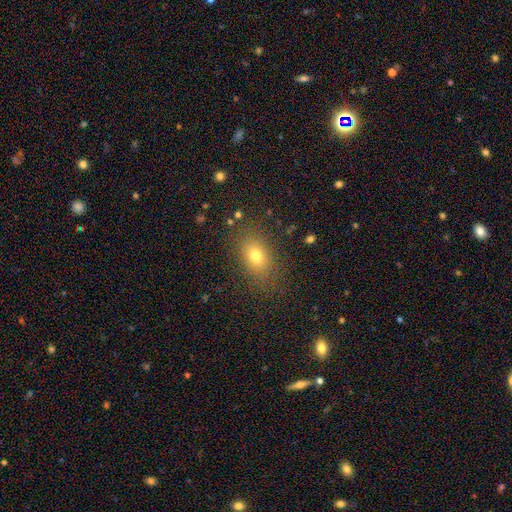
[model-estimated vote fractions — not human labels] Overall: smooth (75%). How rounded: in between (78%). Merging: none (83%).